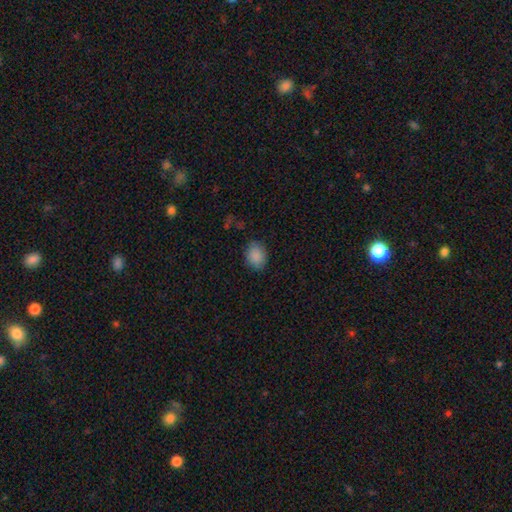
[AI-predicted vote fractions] This appears to be a smooth galaxy with no disk features (88%) that is in between round and cigar-shaped (60%). Merging: none (83%).